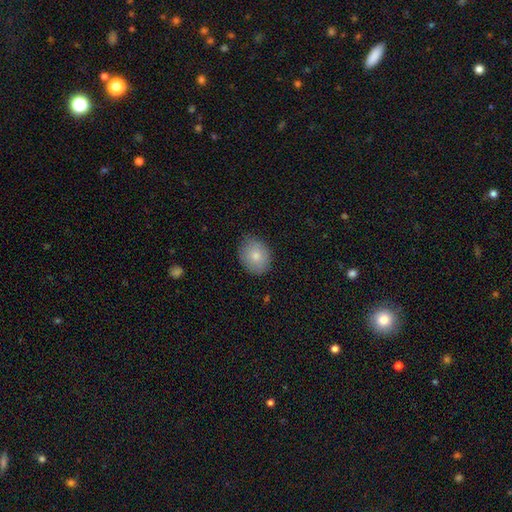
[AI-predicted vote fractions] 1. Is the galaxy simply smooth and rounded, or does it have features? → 80% smooth, 13% featured or disk, 7% star or artifact.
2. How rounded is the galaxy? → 50% in between, 49% round, 1% cigar-shaped.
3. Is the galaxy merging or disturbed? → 80% none, 16% minor disturbance, 3% major disturbance, 1% merger.